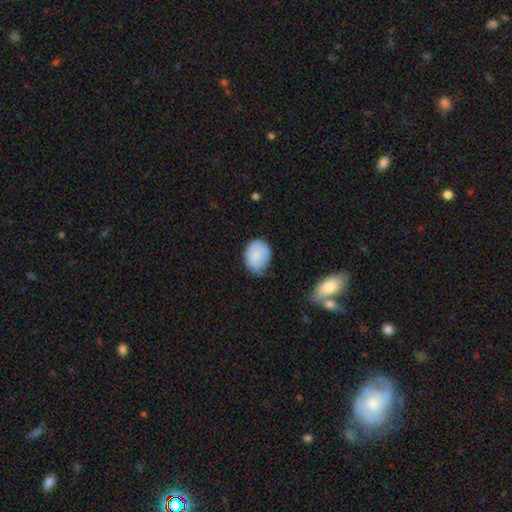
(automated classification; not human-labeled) Q: Smooth or featured?
A: smooth (81%); runner-up: featured or disk (13%)
Q: How rounded?
A: in between (60%); runner-up: round (39%)
Q: Merging?
A: none (65%); runner-up: minor disturbance (28%)